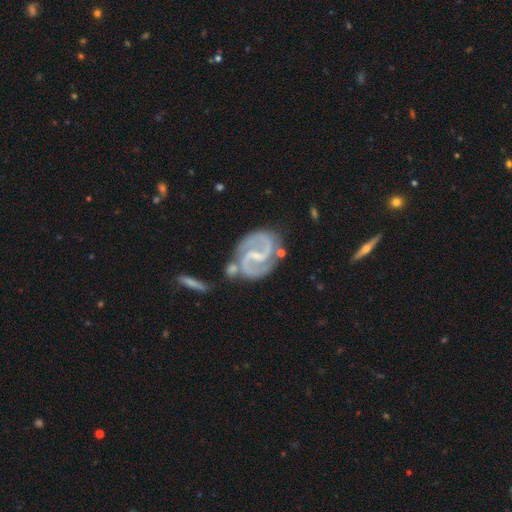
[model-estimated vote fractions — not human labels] smooth-or-featured: featured or disk: 93% | star or artifact: 4% | smooth: 3%
  disk-edge-on: no: 98% | yes: 2%
    bar: weak: 49% | strong: 30% | no: 21%
    has-spiral-arms: yes: 98% | no: 2%
      spiral-winding: medium: 61% | tight: 24% | loose: 15%
      spiral-arm-count: 2: 94% | can't tell: 2% | 3: 1% | 1: 1% | 4: 1% | more than 4: 1%
    bulge-size: small: 66% | moderate: 18% | none: 14% | large: 1% | dominant: 1%
  merging: none: 67% | minor disturbance: 16% | merger: 11% | major disturbance: 5%